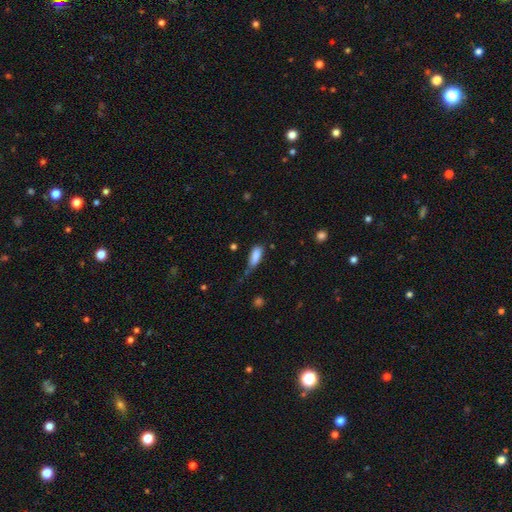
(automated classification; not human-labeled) A smooth galaxy with no disk features (85%) that is in between round and cigar-shaped (77%).

Vote fractions:
- Smooth or featured? smooth: 85% / star or artifact: 8% / featured or disk: 7%
- How rounded? in between: 77% / cigar-shaped: 21% / round: 3%
- Merging? none: 44% / minor disturbance: 37% / major disturbance: 14% / merger: 5%